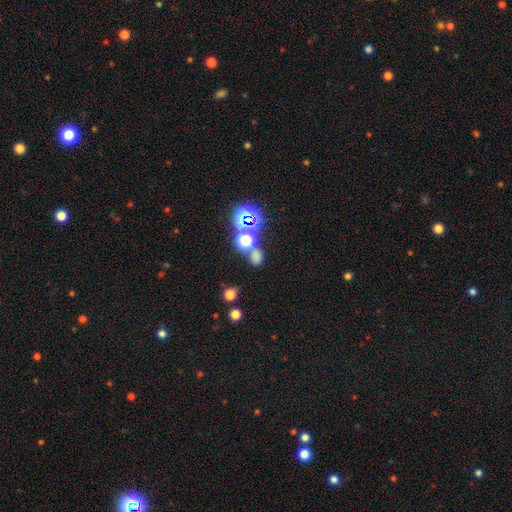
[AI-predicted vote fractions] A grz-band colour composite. It shows a smooth galaxy with no disk features (57%) that is round (53%). Merging: none (62%).